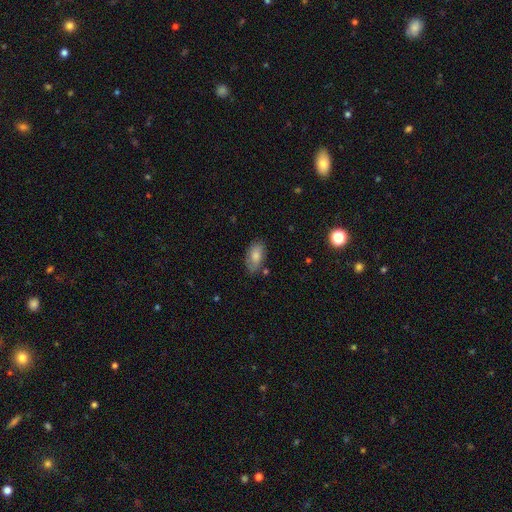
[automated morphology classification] A smooth galaxy with no disk features (71%) that is in between round and cigar-shaped (92%). Merging: none (71%).